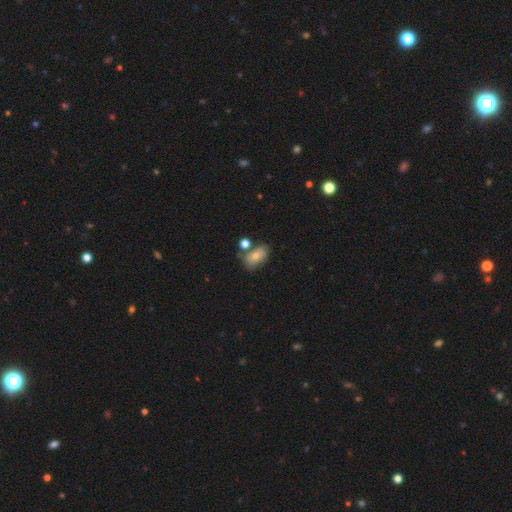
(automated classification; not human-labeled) Smooth or featured?
  - smooth: 69% *
  - featured or disk: 21%
  - star or artifact: 10%
How rounded?
  - in between: 84% *
  - round: 14%
  - cigar-shaped: 2%
Merging?
  - none: 51% *
  - merger: 22%
  - minor disturbance: 20%
  - major disturbance: 7%